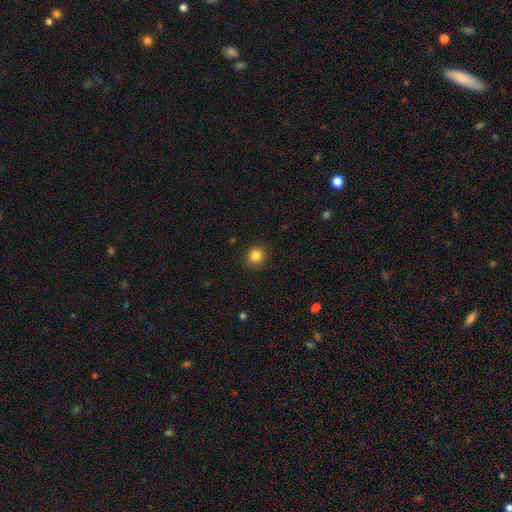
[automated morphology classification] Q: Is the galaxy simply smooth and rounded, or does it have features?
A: smooth — 84%.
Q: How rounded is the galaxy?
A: round — 90%.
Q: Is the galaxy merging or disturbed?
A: none — 90%.